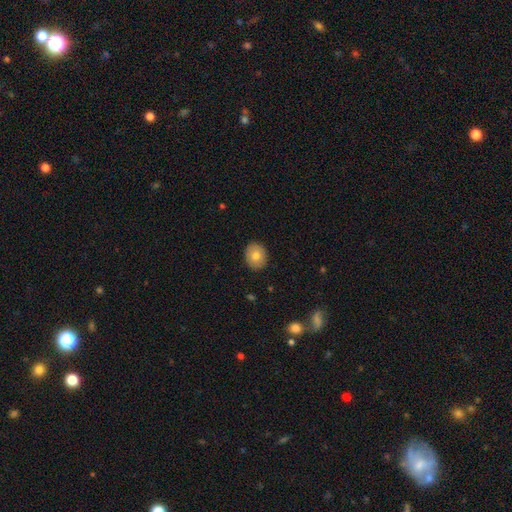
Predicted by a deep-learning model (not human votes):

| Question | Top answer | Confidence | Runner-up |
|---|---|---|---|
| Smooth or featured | smooth | 76% | featured or disk (16%) |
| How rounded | round | 64% | in between (35%) |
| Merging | none | 90% | minor disturbance (8%) |